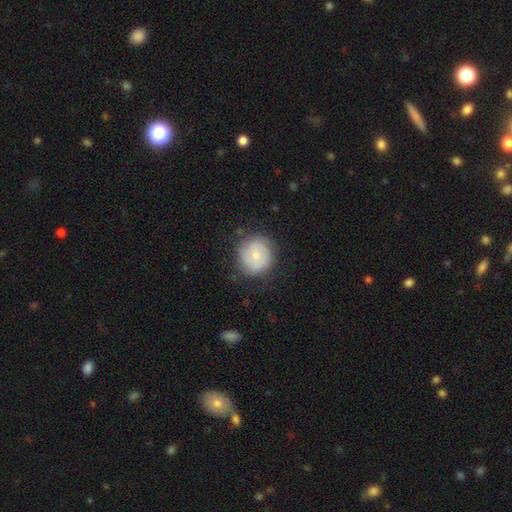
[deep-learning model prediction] Morphology: type=smooth (67%); roundness=round (89%); merging=none (77%).